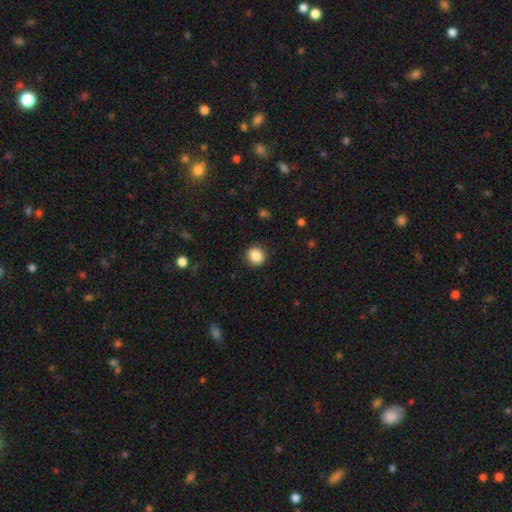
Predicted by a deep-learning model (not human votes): A smooth galaxy with no disk features (87%) that is round (79%). Merging: none (90%).